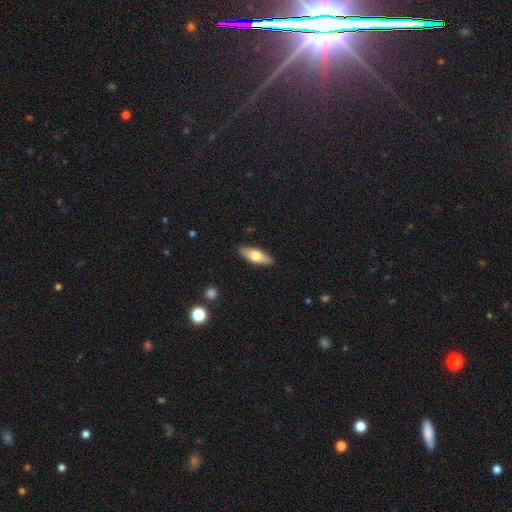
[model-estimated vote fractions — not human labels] smooth 63%, featured or disk 31%, star or artifact 6%. Down the decision tree: how rounded — in between (65%); merging — none (89%).